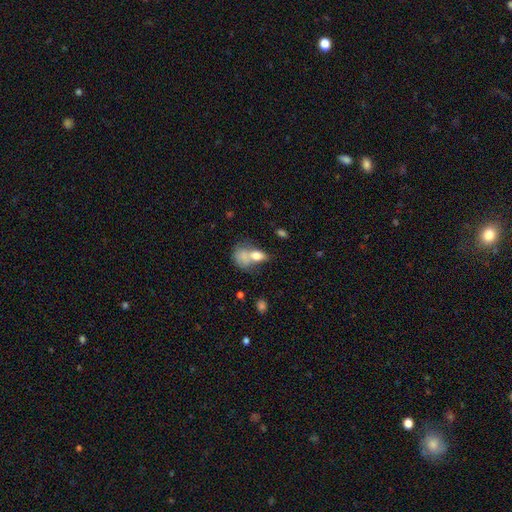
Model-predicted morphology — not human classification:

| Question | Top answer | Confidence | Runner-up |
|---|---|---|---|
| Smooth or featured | smooth | 72% | featured or disk (18%) |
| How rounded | in between | 79% | round (15%) |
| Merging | merger | 46% | none (26%) |